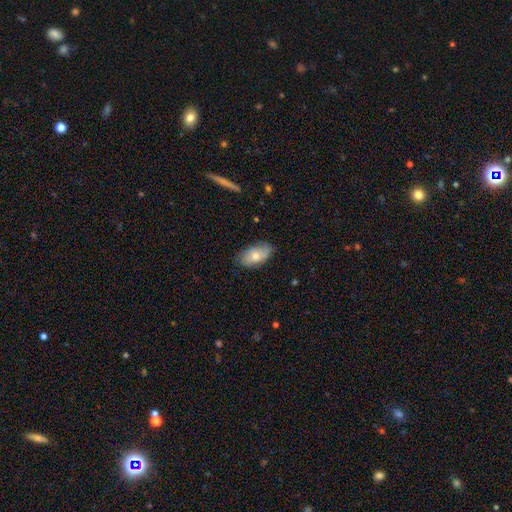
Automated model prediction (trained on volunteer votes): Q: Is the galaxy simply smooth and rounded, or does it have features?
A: smooth — 66%.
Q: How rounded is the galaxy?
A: in between — 93%.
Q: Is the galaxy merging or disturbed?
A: none — 74%.